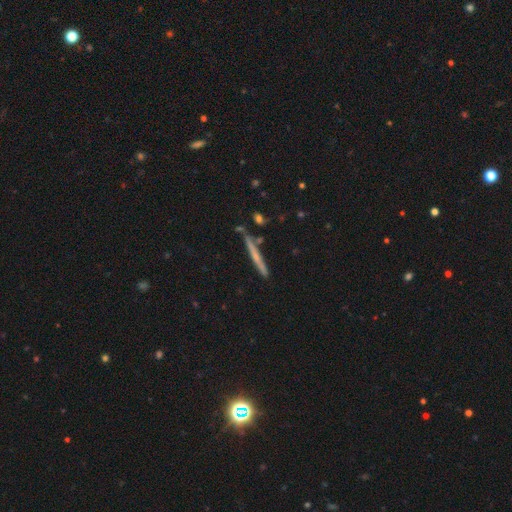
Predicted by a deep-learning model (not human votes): This appears to be a featured or disk galaxy (52%) viewed edge-on (96%) with no central bulge (66%). Merging: none (83%).